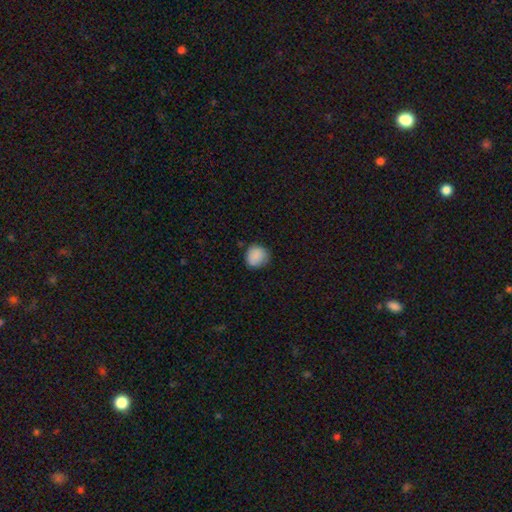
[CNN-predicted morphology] This is clearly a smooth galaxy (88%). How rounded: clearly round (85%). Merging: likely none (78%).